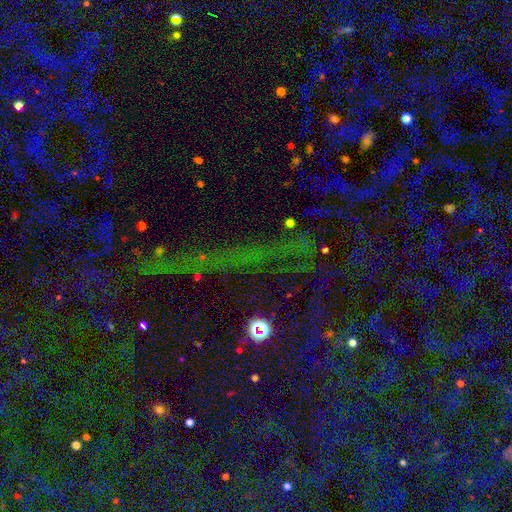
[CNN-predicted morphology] Smooth or featured? star or artifact (75%)